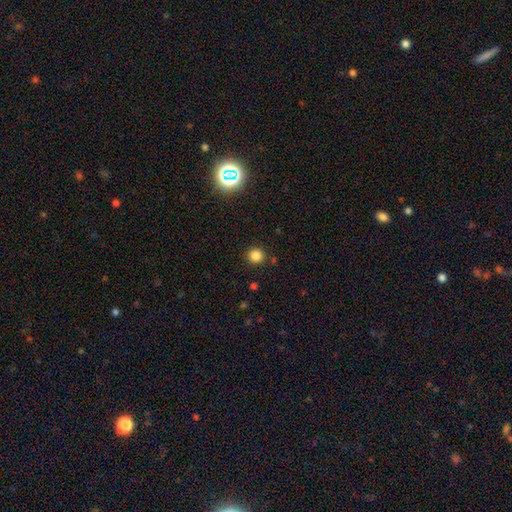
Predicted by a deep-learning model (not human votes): This appears to be a smooth galaxy with no disk features (83%) that is round (93%). Merging: none (90%).